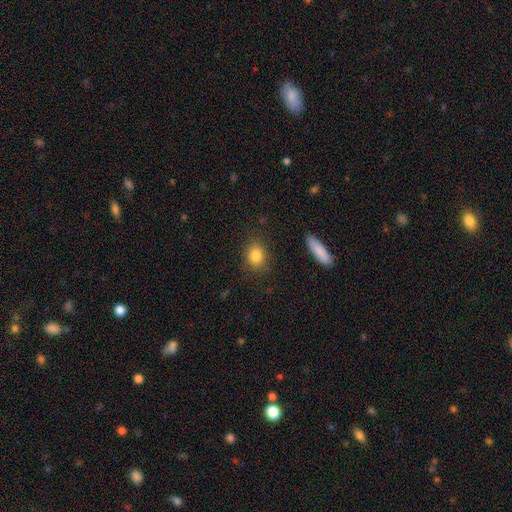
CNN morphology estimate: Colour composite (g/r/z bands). It shows a smooth galaxy with no disk features (84%) that is round (50%). Merging: none (83%).